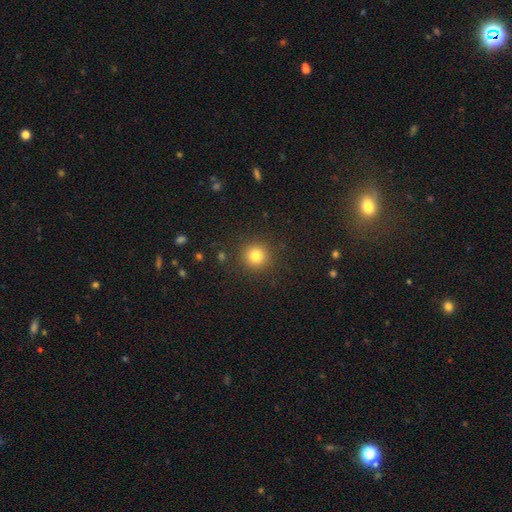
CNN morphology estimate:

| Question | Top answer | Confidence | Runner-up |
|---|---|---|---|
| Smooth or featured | smooth | 81% | star or artifact (13%) |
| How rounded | round | 93% | in between (6%) |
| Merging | none | 89% | minor disturbance (7%) |